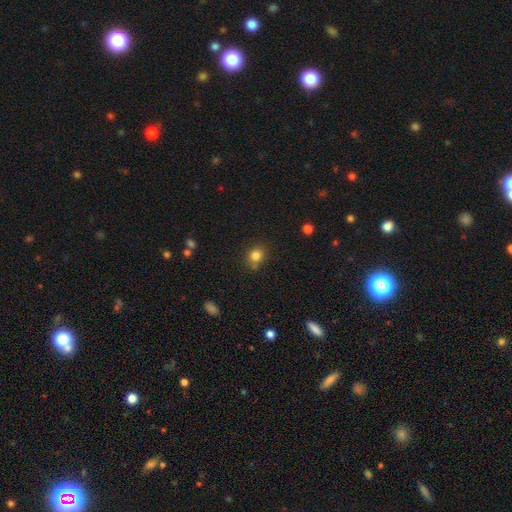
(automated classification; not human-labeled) smooth-or-featured: smooth: 82% | star or artifact: 12% | featured or disk: 6%
  how-rounded: round: 70% | in between: 29% | cigar-shaped: 1%
  merging: none: 70% | minor disturbance: 19% | merger: 6% | major disturbance: 5%